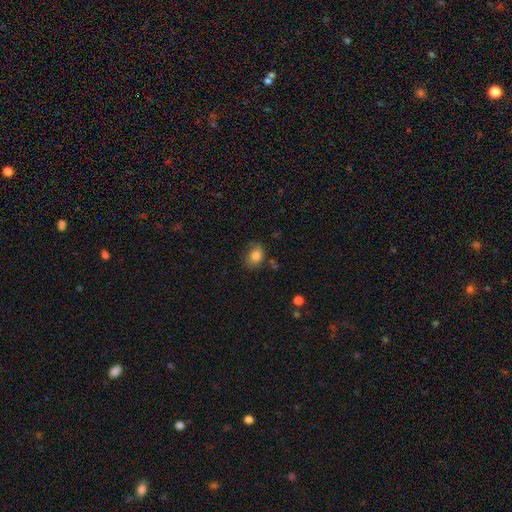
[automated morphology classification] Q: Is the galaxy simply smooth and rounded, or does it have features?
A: smooth — 81%.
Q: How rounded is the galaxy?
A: in between — 57%.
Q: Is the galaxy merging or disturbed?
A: none — 64%.